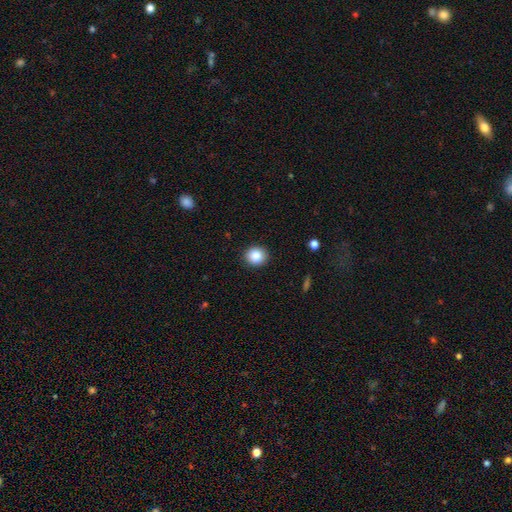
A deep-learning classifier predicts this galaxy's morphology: smooth 85%, star or artifact 10%, featured or disk 6%. Down the decision tree: how rounded — round (82%); merging — none (91%).